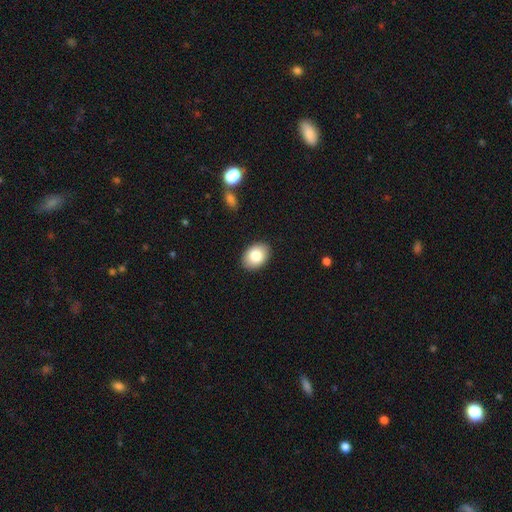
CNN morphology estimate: A smooth galaxy with no disk features (83%) that is in between round and cigar-shaped (80%).

Vote fractions:
- Smooth or featured? smooth: 83% / featured or disk: 9% / star or artifact: 7%
- How rounded? in between: 80% / round: 19% / cigar-shaped: 1%
- Merging? none: 89% / minor disturbance: 8% / major disturbance: 2% / merger: 1%